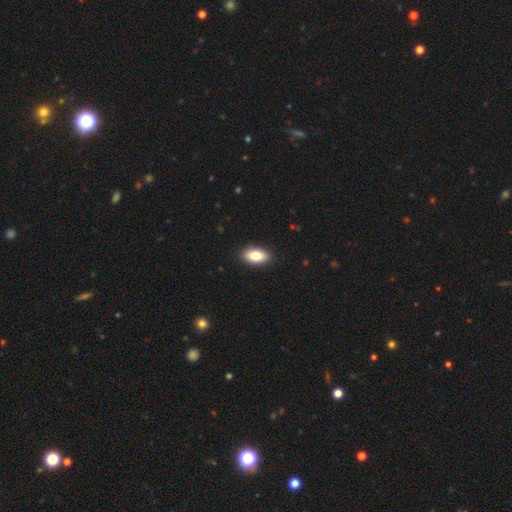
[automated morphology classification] smooth 83%, featured or disk 10%, star or artifact 7%. Down the decision tree: how rounded — in between (93%); merging — none (90%).